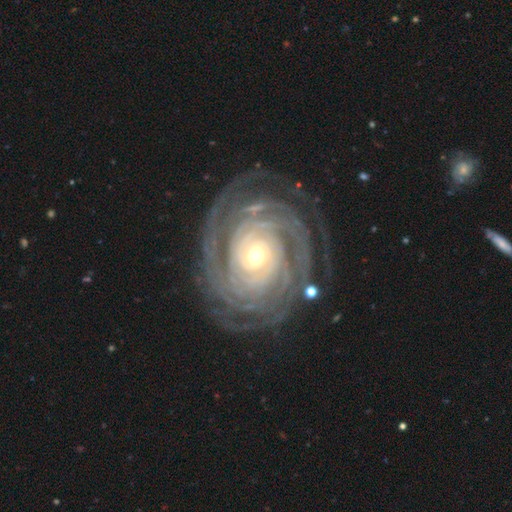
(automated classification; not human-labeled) Smooth or featured: featured or disk — 92% (star or artifact — 5%)
Edge-on disk: no — 97% (yes — 3%)
Bar: no — 59% (weak — 26%)
Spiral arms: yes — 98% (no — 2%)
Spiral winding: tight — 86% (medium — 12%)
Spiral arm count: more than 4 — 22% (4 — 21%)
Bulge size: small — 55% (moderate — 40%)
Merging: none — 80% (minor disturbance — 13%)